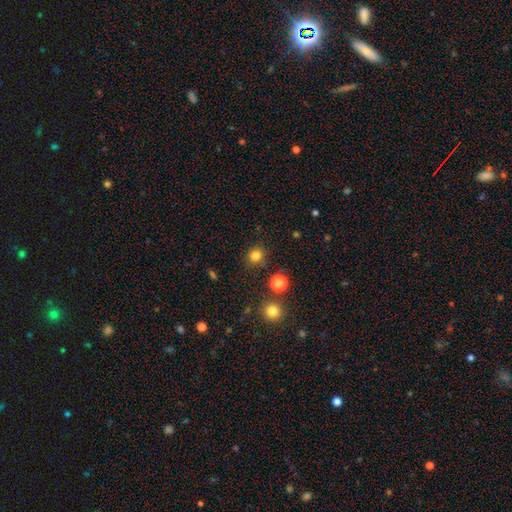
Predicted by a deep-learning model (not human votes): Overall: smooth (81%). How rounded: round (85%). Merging: none (85%).